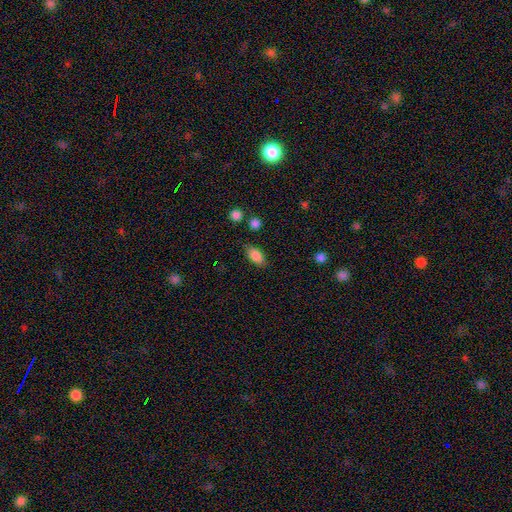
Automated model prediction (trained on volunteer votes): smooth 85%, star or artifact 8%, featured or disk 7%. Down the decision tree: how rounded — in between (89%); merging — none (78%).